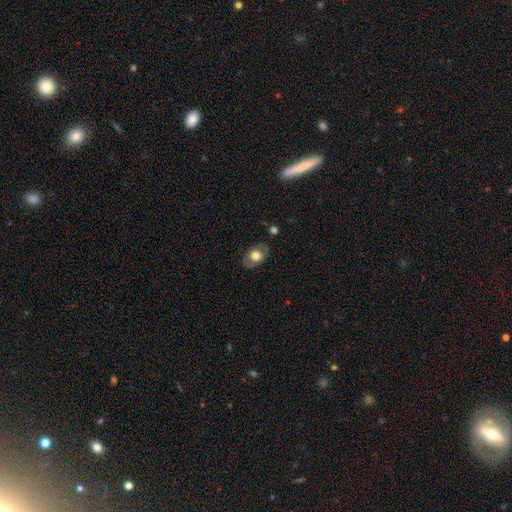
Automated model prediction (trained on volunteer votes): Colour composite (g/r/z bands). It shows a smooth galaxy with no disk features (62%) that is in between round and cigar-shaped (77%). Merging: none (78%).